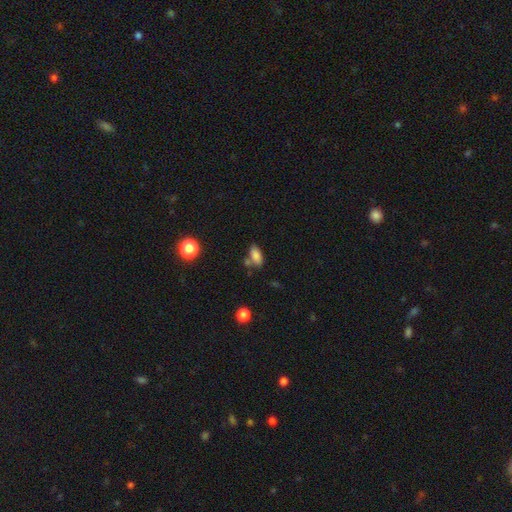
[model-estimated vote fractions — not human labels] Smooth or featured? smooth (82%)
How rounded? in between (86%)
Merging? none (61%)